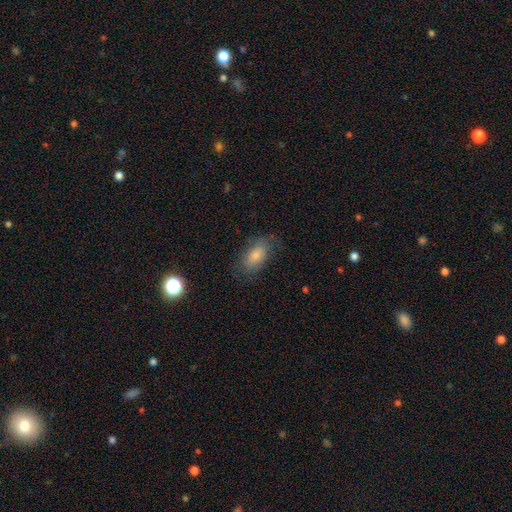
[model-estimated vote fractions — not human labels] A smooth galaxy with no disk features (69%) that is in between round and cigar-shaped (88%). Merging: none (77%).